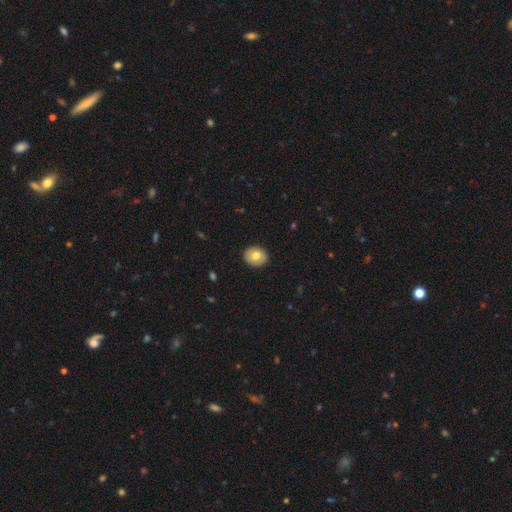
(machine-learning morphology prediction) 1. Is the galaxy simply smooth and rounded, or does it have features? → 74% smooth, 19% featured or disk, 7% star or artifact.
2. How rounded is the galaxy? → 70% round, 29% in between, 1% cigar-shaped.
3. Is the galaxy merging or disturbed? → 90% none, 7% minor disturbance, 2% major disturbance, 1% merger.